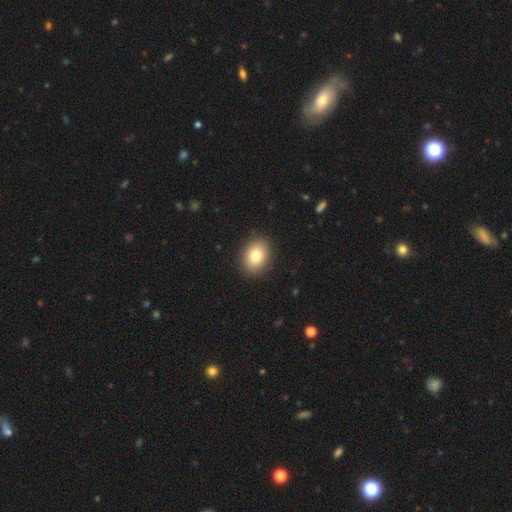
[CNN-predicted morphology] Smooth or featured? smooth (82%)
How rounded? in between (61%)
Merging? none (90%)